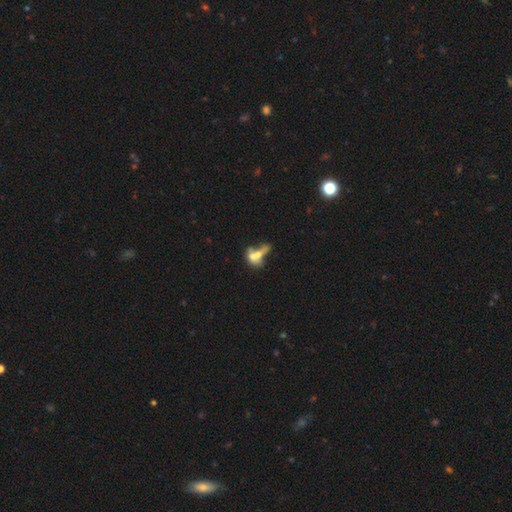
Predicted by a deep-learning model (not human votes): Smooth or featured? smooth (56%)
How rounded? in between (66%)
Merging? merger (64%)